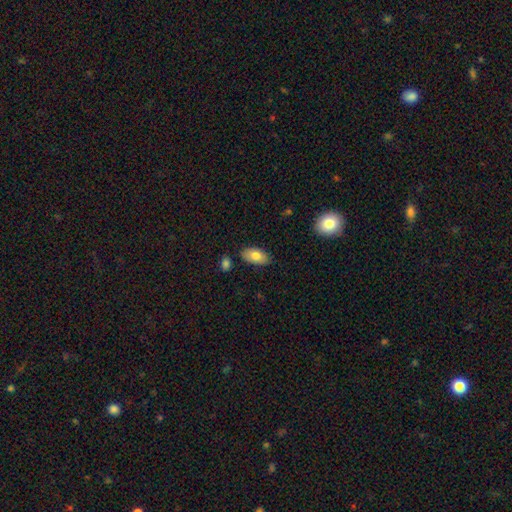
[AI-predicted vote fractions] Overall: smooth (79%). How rounded: in between (93%). Merging: none (80%).